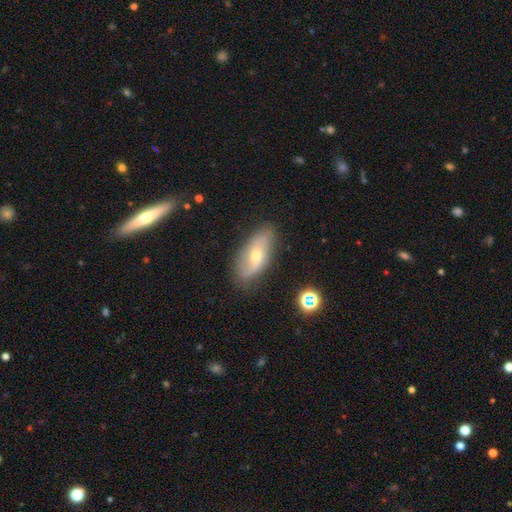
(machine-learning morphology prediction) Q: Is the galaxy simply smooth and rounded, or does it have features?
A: featured or disk — 56%.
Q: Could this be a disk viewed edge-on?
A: no — 86%.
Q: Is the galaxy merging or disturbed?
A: none — 77%.